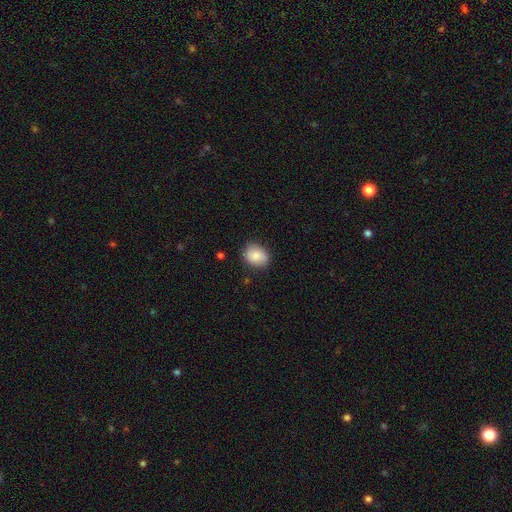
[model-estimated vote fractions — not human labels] Smooth or featured? smooth (85%)
How rounded? in between (54%)
Merging? none (82%)